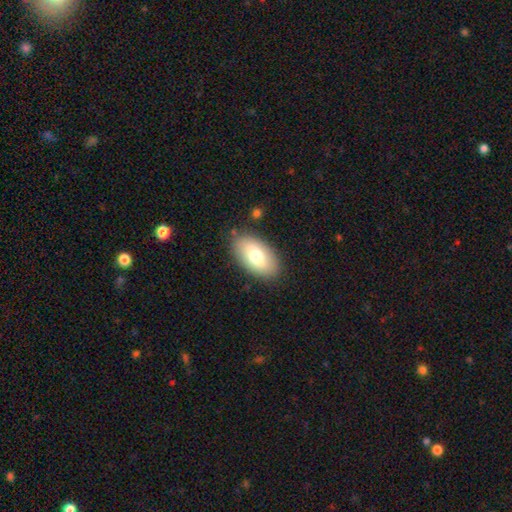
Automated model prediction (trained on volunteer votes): This is likely a smooth galaxy (75%). How rounded: clearly in between (94%). Merging: clearly none (85%).